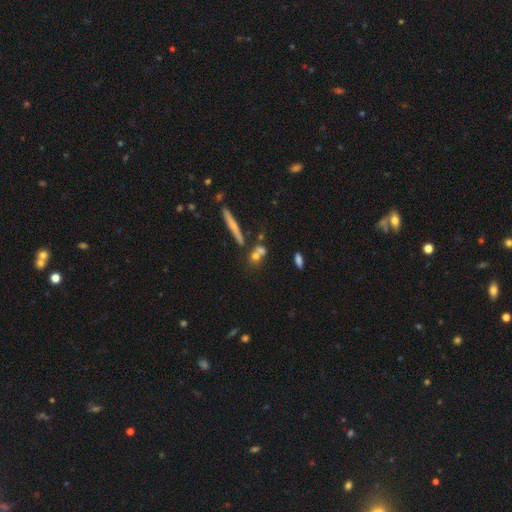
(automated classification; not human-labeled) A smooth galaxy with no disk features (62%) that is round (54%).

Vote fractions:
- Smooth or featured? smooth: 62% / featured or disk: 25% / star or artifact: 13%
- How rounded? round: 54% / in between: 27% / cigar-shaped: 19%
- Merging? none: 49% / merger: 36% / minor disturbance: 10% / major disturbance: 5%